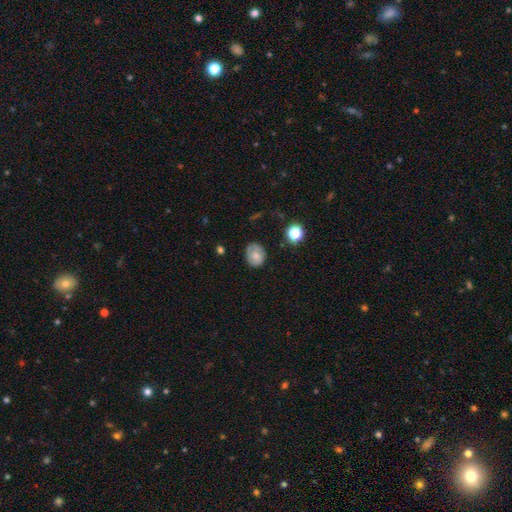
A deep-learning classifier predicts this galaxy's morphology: This is likely a smooth galaxy (68%). How rounded: possibly round (59%). Merging: likely none (69%).